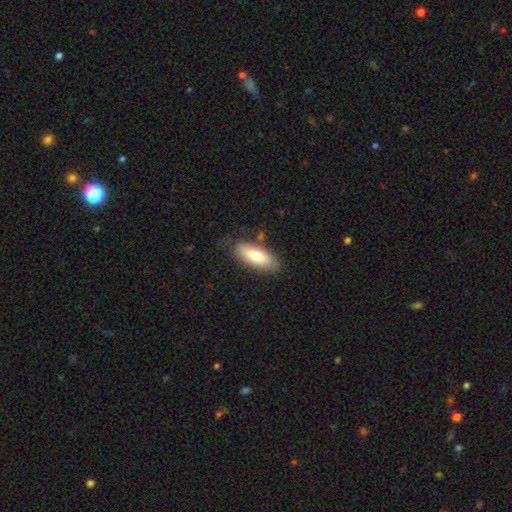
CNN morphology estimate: smooth-or-featured: smooth: 80% | featured or disk: 14% | star or artifact: 6%
  how-rounded: in between: 72% | cigar-shaped: 26% | round: 2%
  merging: none: 78% | minor disturbance: 16% | major disturbance: 4% | merger: 2%